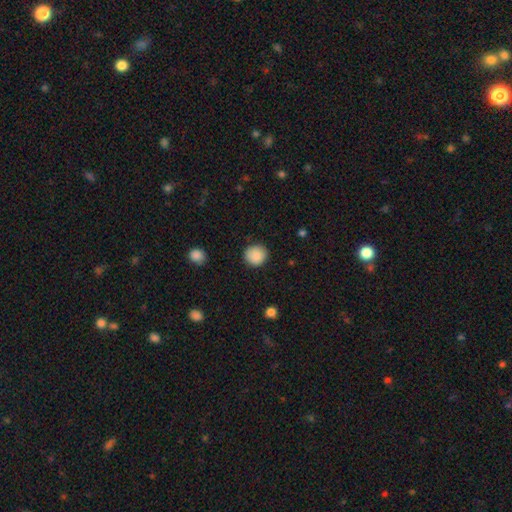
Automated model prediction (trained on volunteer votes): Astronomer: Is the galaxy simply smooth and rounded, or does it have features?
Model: smooth — 88%.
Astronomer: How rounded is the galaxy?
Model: round — 91%.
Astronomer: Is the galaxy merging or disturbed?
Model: none — 88%.